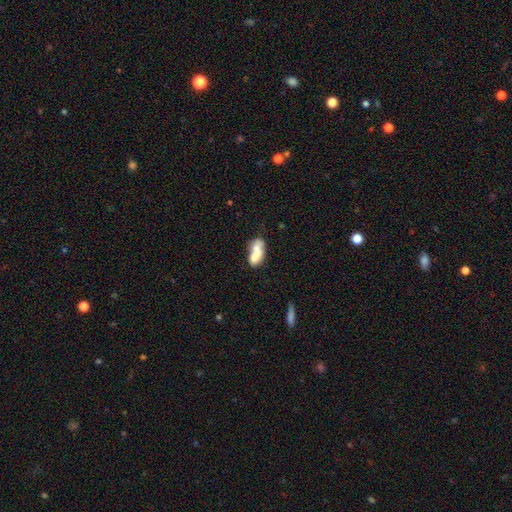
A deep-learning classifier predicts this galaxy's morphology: Smooth or featured? Predicted: smooth (p=0.64). How rounded? Predicted: in between (p=0.84). Merging? Predicted: merger (p=0.55).